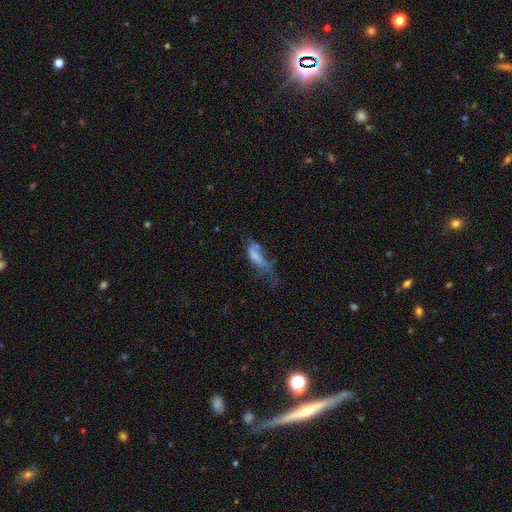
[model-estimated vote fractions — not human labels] Smooth or featured? smooth (57%)
How rounded? in between (65%)
Merging? major disturbance (48%)